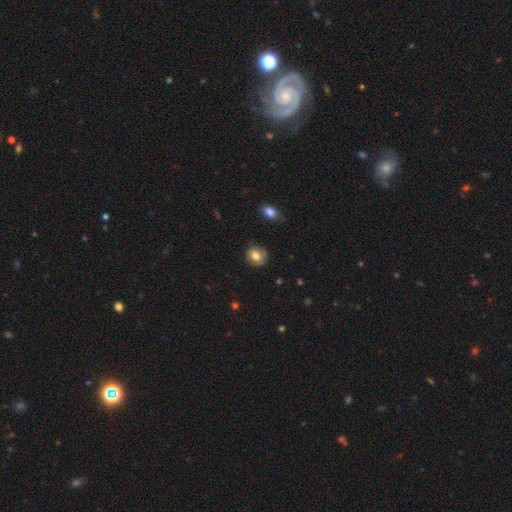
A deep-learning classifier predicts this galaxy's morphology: A smooth galaxy with no disk features (73%) that is round (76%).

Vote fractions:
- Smooth or featured? smooth: 73% / featured or disk: 18% / star or artifact: 8%
- How rounded? round: 76% / in between: 23% / cigar-shaped: 1%
- Merging? none: 80% / minor disturbance: 15% / major disturbance: 3% / merger: 1%